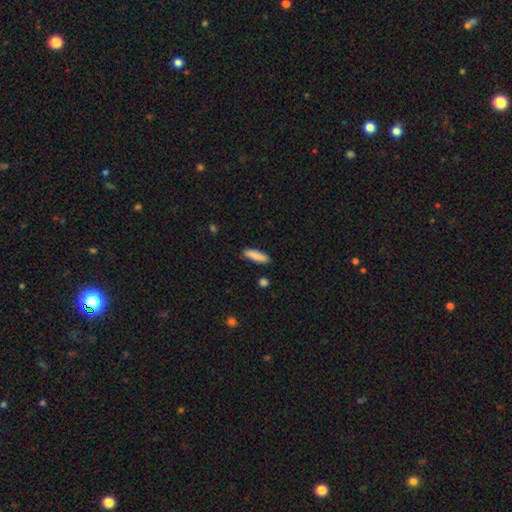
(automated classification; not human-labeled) smooth 88%, star or artifact 6%, featured or disk 6%. Down the decision tree: how rounded — cigar-shaped (62%); merging — none (88%).